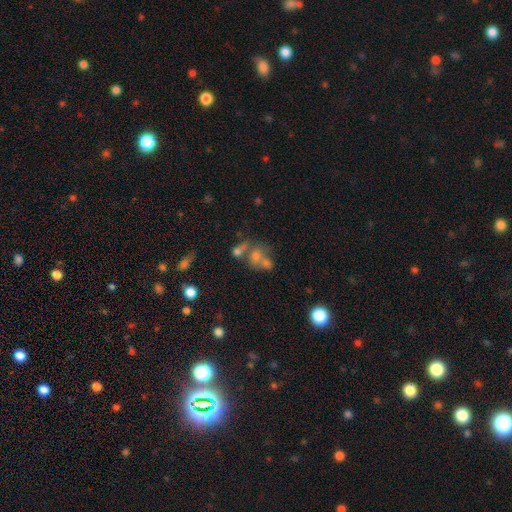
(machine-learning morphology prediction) smooth 53%, featured or disk 27%, star or artifact 20%. Down the decision tree: how rounded — round (51%); merging — merger (49%).